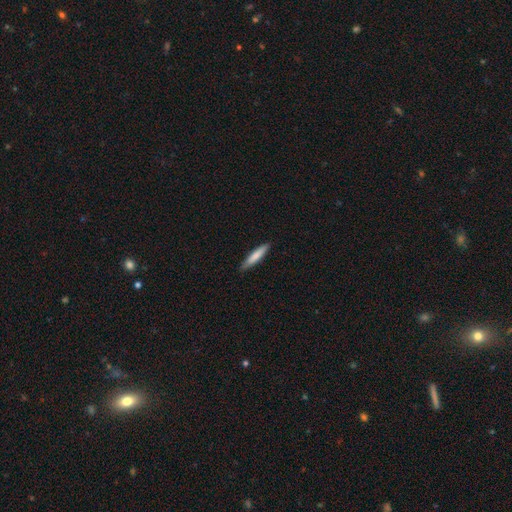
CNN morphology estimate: A smooth galaxy with no disk features (78%) that is cigar-shaped (88%). Merging: none (87%).